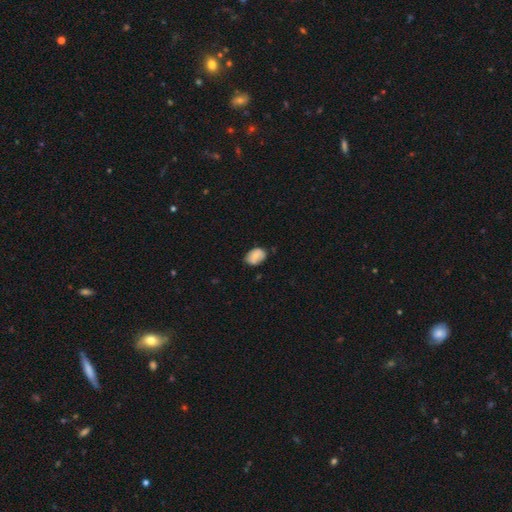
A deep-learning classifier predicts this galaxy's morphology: The model was most divided on "merging": none: 68%, minor disturbance: 25%, major disturbance: 4%, merger: 3%. More confident: how rounded — in between (79%); smooth or featured — smooth (76%).